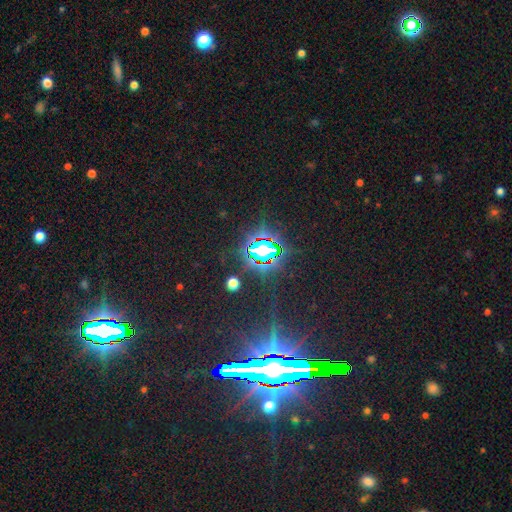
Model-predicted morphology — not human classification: Q: Smooth or featured?
A: star or artifact (81%); runner-up: smooth (11%)